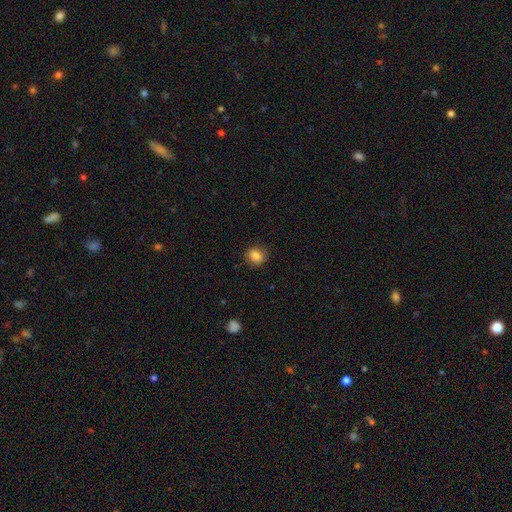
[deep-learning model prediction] smooth-or-featured: smooth: 84% | star or artifact: 10% | featured or disk: 6%
  how-rounded: round: 75% | in between: 24% | cigar-shaped: 1%
  merging: none: 84% | minor disturbance: 12% | major disturbance: 3% | merger: 1%